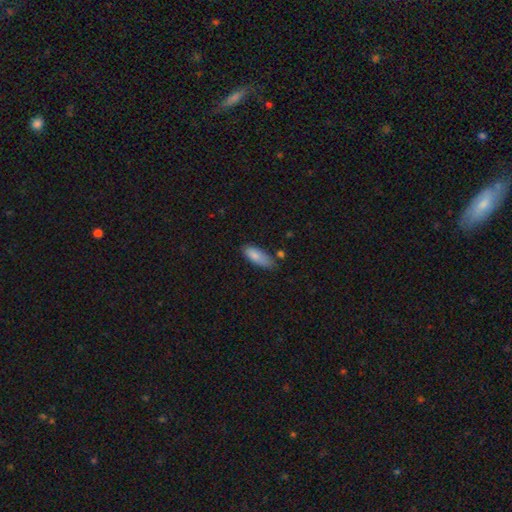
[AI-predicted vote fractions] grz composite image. It shows a smooth galaxy with no disk features (84%) that is in between round and cigar-shaped (75%). Merging: none (64%).